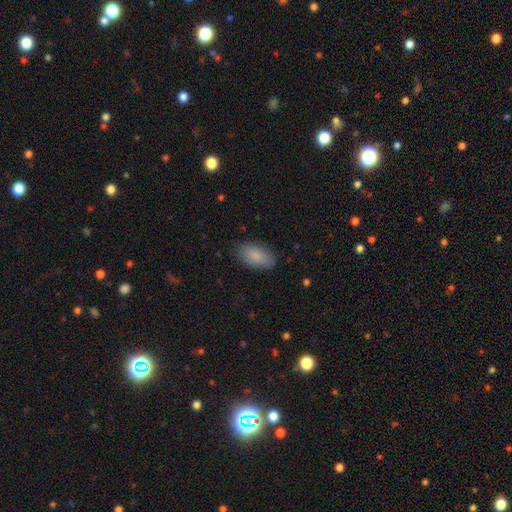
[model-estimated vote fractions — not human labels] smooth 87%, featured or disk 7%, star or artifact 7%. Down the decision tree: how rounded — in between (93%); merging — none (83%).